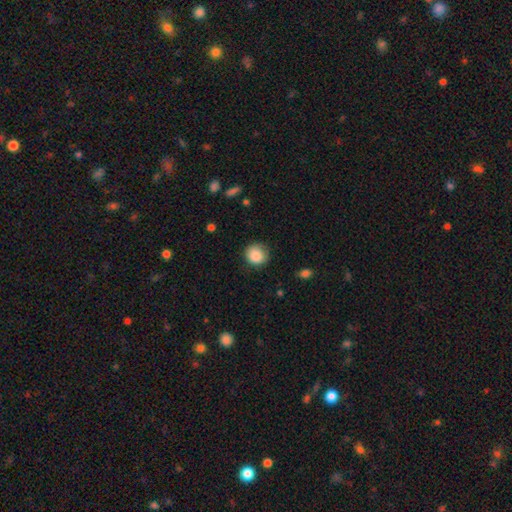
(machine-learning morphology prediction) A smooth galaxy with no disk features (87%) that is round (88%).

Vote fractions:
- Smooth or featured? smooth: 87% / star or artifact: 9% / featured or disk: 4%
- How rounded? round: 88% / in between: 11% / cigar-shaped: 1%
- Merging? none: 80% / minor disturbance: 15% / major disturbance: 3% / merger: 1%